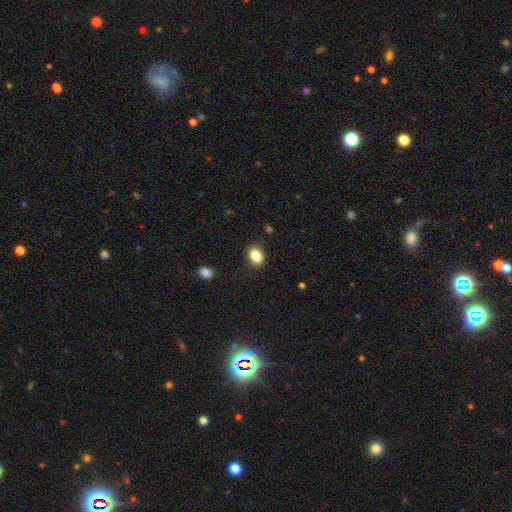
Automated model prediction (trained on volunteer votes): smooth_or_featured: smooth (p=0.85) [alt: star or artifact p=0.10]
how_rounded: in between (p=0.69) [alt: round p=0.30]
merging: none (p=0.86) [alt: minor disturbance p=0.10]